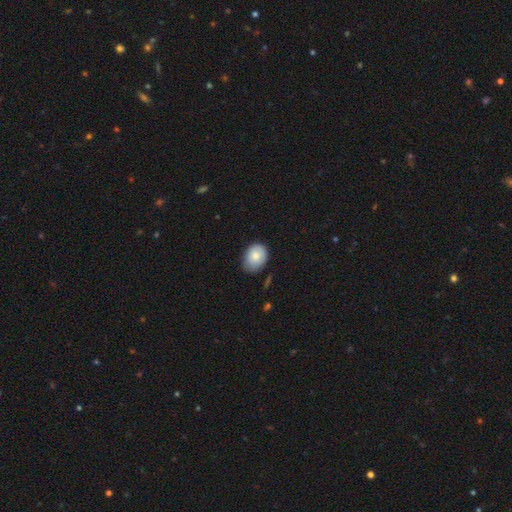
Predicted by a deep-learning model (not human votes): Overall: smooth (81%). How rounded: in between (65%; round 34%). Merging: none (65%; minor disturbance 29%).